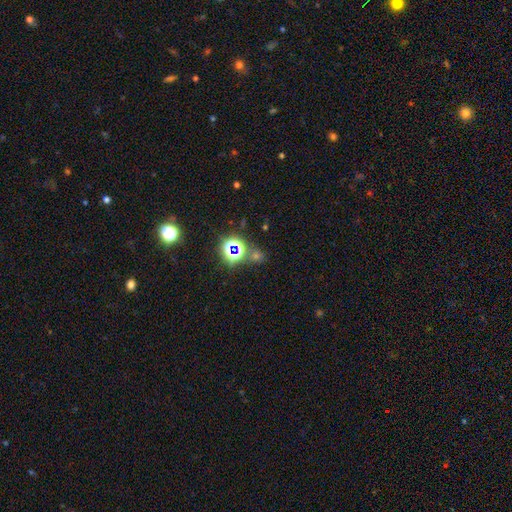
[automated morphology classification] smooth_or_featured: star or artifact (p=0.63) [alt: smooth p=0.30]